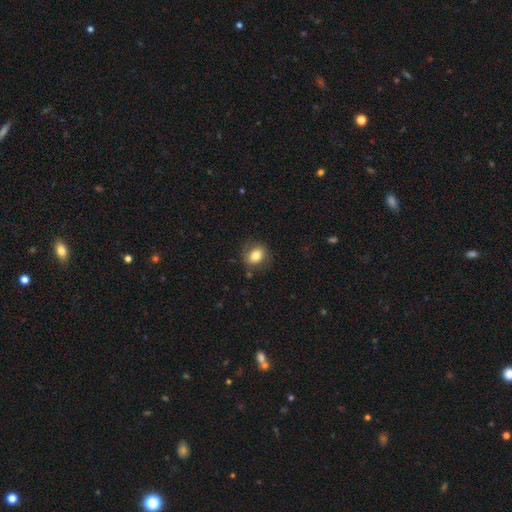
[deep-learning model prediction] This is likely a smooth galaxy (78%). How rounded: possibly in between (49%, tied with round). Merging: likely none (77%).